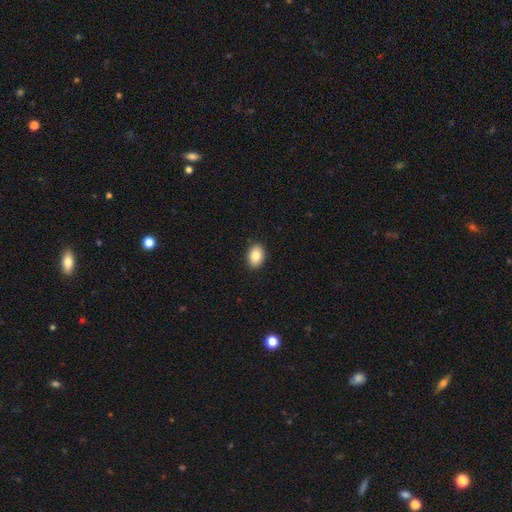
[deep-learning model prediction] The model was most divided on "how rounded": in between: 78%, round: 21%, cigar-shaped: 1%. More confident: merging — none (90%); smooth or featured — smooth (84%).